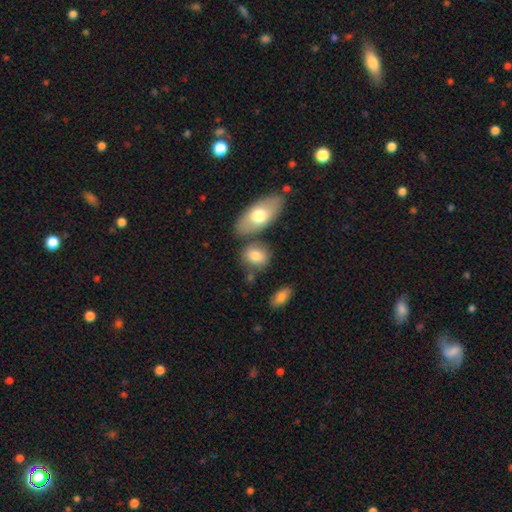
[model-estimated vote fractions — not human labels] Q: Smooth or featured?
A: smooth (78%); runner-up: featured or disk (15%)
Q: How rounded?
A: in between (60%); runner-up: round (37%)
Q: Merging?
A: none (64%); runner-up: merger (17%)